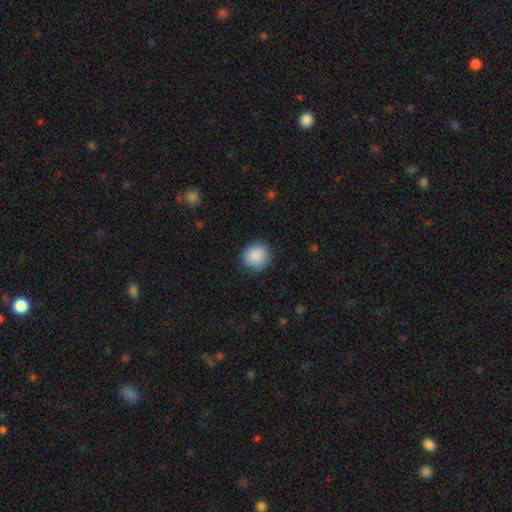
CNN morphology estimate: Overall: smooth (89%). How rounded: round (88%). Merging: none (87%).